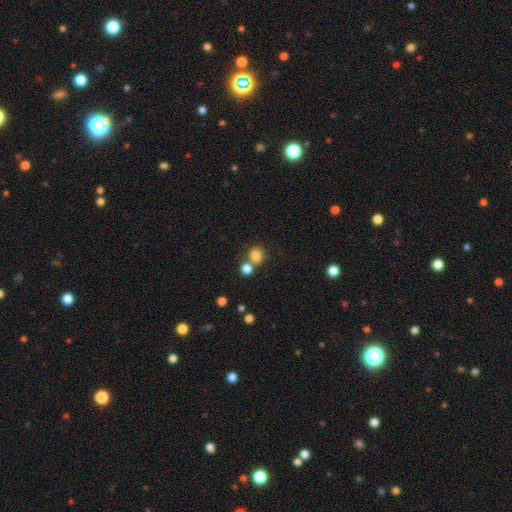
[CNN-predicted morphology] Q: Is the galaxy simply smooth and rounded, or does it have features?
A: smooth — 81%.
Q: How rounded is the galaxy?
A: round — 80%.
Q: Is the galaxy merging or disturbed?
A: none — 60%.